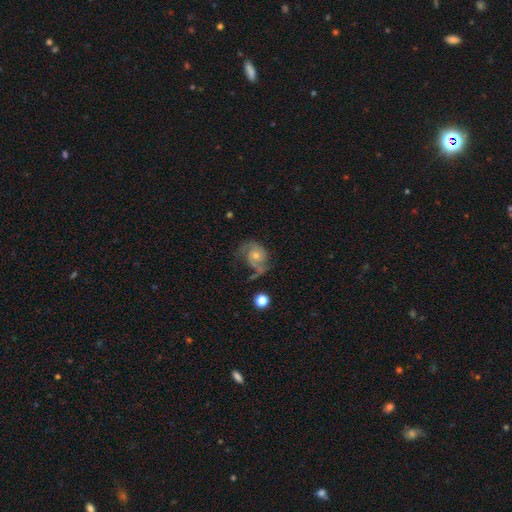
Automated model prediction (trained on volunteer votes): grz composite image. It shows a featured or disk galaxy (70%) with no bar (76%), 2 (59%) medium (44%) spiral arms (86%) and a small central bulge (51%). Merging: none (46%).